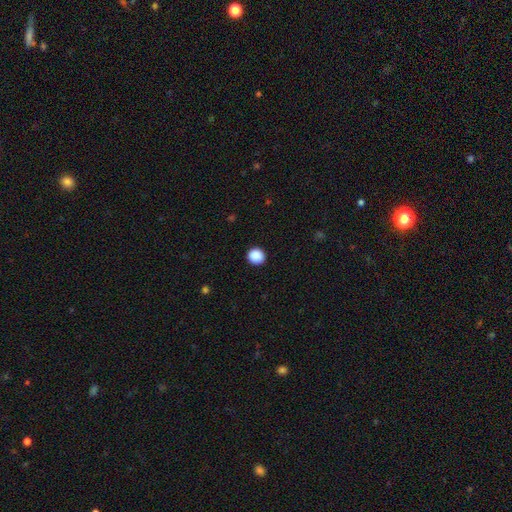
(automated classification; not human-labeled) Smooth or featured: smooth — 89% (star or artifact — 9%)
How rounded: round — 91% (in between — 8%)
Merging: none — 92% (minor disturbance — 5%)